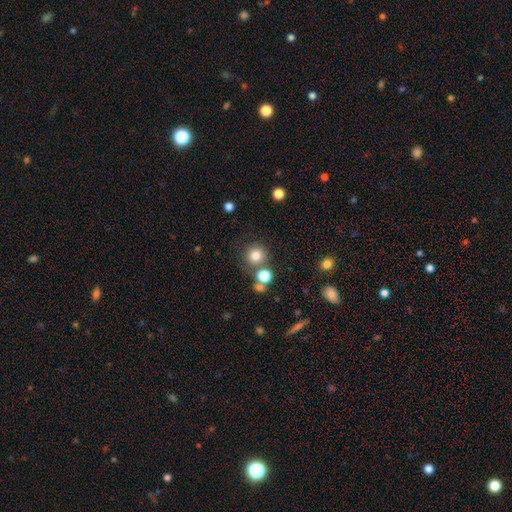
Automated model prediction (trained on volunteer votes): Q: Smooth or featured?
A: smooth (80%); runner-up: star or artifact (13%)
Q: How rounded?
A: round (93%); runner-up: in between (6%)
Q: Merging?
A: none (76%); runner-up: merger (12%)